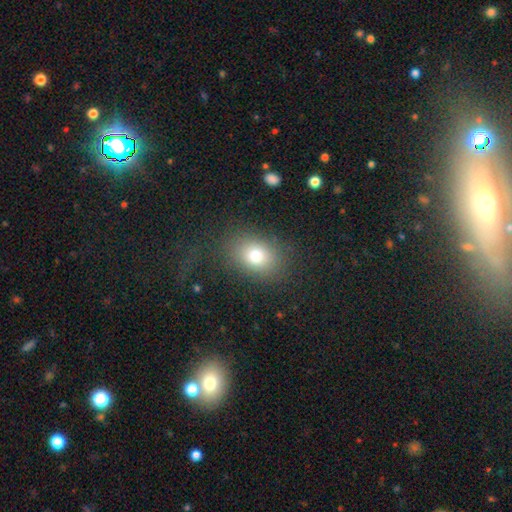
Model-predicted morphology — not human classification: smooth-or-featured: smooth: 78% | star or artifact: 12% | featured or disk: 11%
  how-rounded: in between: 67% | round: 32% | cigar-shaped: 1%
  merging: none: 77% | minor disturbance: 12% | major disturbance: 10% | merger: 2%